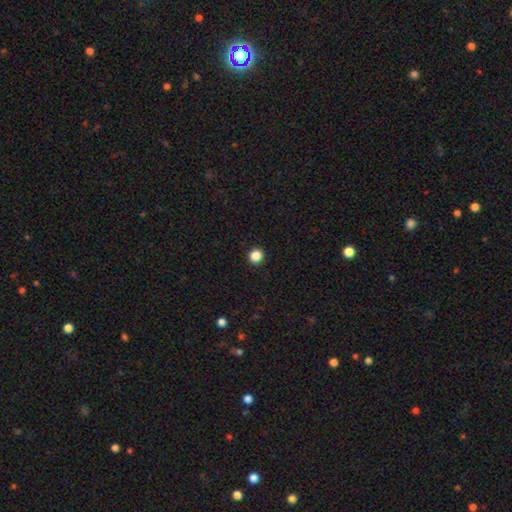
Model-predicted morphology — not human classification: smooth_or_featured: smooth (p=0.86) [alt: star or artifact p=0.11]
how_rounded: round (p=0.91) [alt: in between p=0.08]
merging: none (p=0.93) [alt: minor disturbance p=0.04]